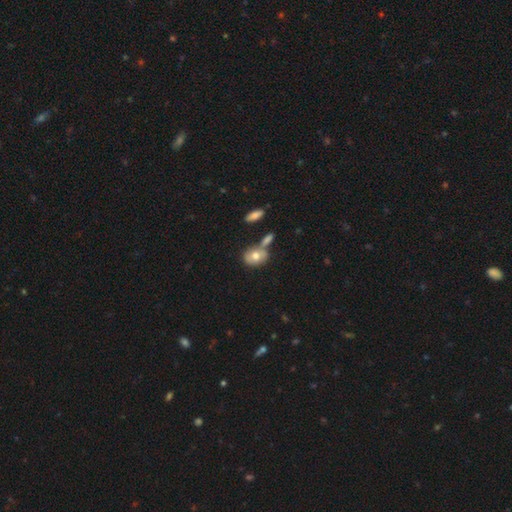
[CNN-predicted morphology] Q: Smooth or featured?
A: smooth (70%); runner-up: featured or disk (22%)
Q: How rounded?
A: in between (59%); runner-up: round (39%)
Q: Merging?
A: none (44%); runner-up: merger (31%)